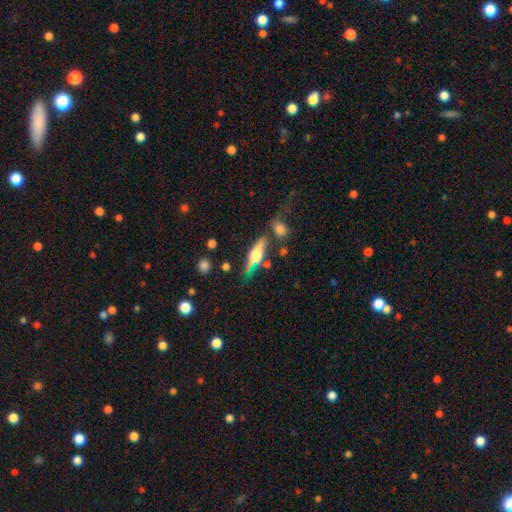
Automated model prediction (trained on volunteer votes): The model was most divided on "smooth or featured": featured or disk: 62%, smooth: 31%, star or artifact: 8%. More confident: edge-on bulge — rounded (92%); edge-on disk — yes (92%); merging — none (61%).